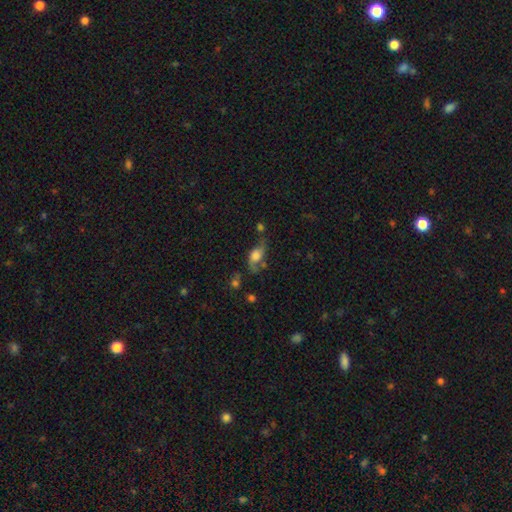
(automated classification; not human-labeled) Smooth or featured? featured or disk (50%)
Edge-on disk? no (86%)
Merging? none (43%)